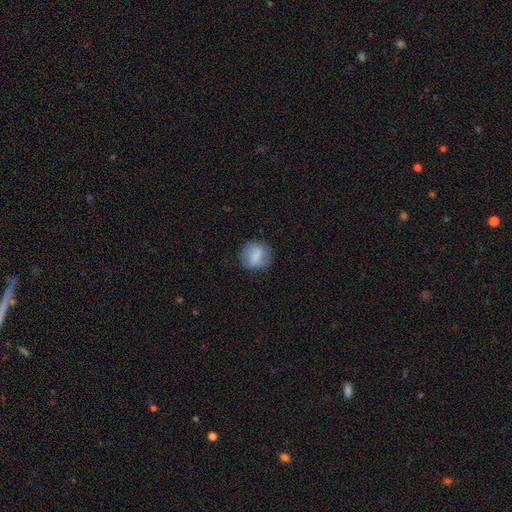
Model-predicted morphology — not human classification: This is likely a smooth galaxy (77%). How rounded: likely round (71%). Merging: likely none (76%).